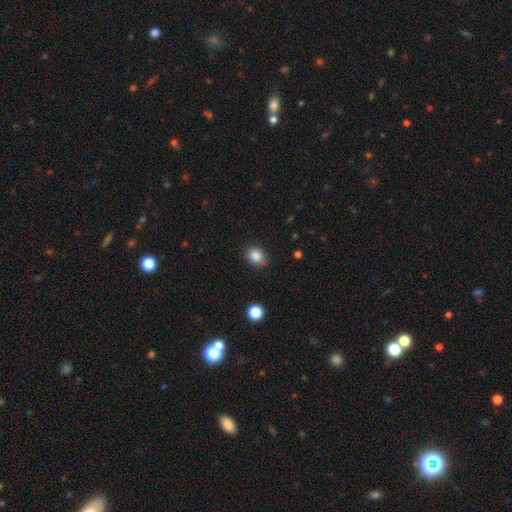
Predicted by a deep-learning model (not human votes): Smooth or featured? smooth (86%)
How rounded? round (51%)
Merging? none (80%)